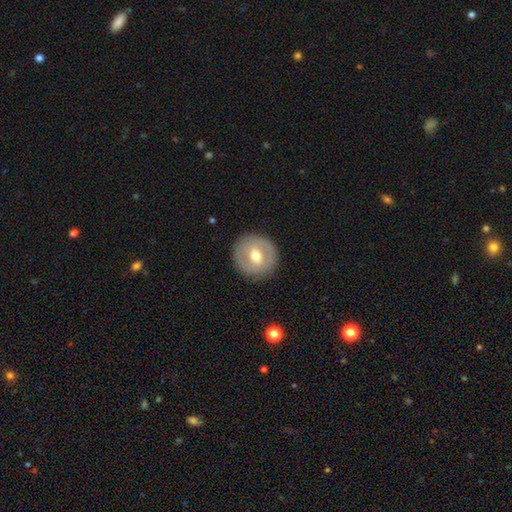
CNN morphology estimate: smooth-or-featured: featured or disk: 47% | smooth: 46% | star or artifact: 6%
  merging: none: 88% | minor disturbance: 8% | major disturbance: 3% | merger: 1%